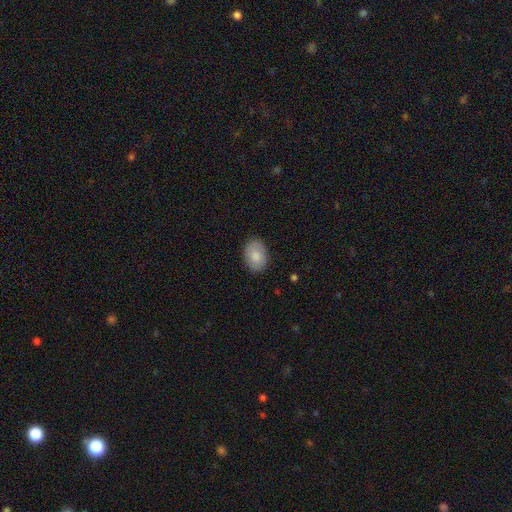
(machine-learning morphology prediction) smooth_or_featured: smooth (p=0.84) [alt: featured or disk p=0.10]
how_rounded: in between (p=0.81) [alt: round p=0.18]
merging: none (p=0.86) [alt: minor disturbance p=0.11]